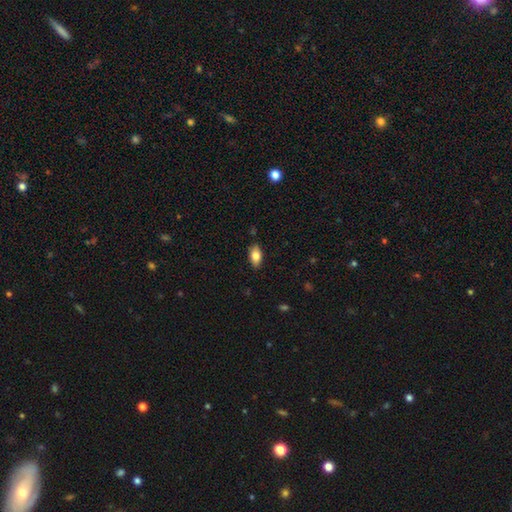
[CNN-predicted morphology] Smooth or featured?
  - smooth: 80% *
  - featured or disk: 13%
  - star or artifact: 7%
How rounded?
  - in between: 91% *
  - round: 5%
  - cigar-shaped: 4%
Merging?
  - none: 85% *
  - minor disturbance: 12%
  - major disturbance: 2%
  - merger: 1%